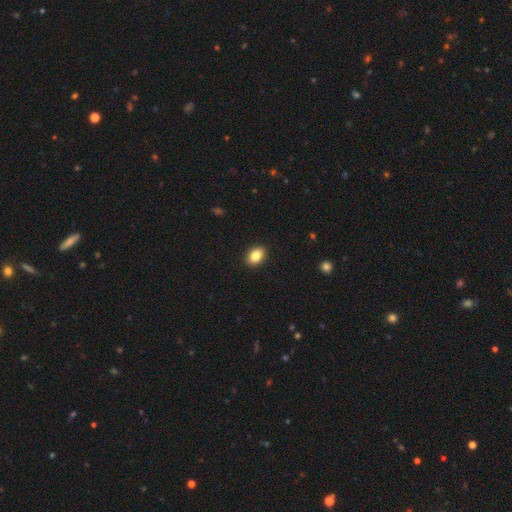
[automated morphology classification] Smooth or featured? Predicted: smooth (p=0.86). How rounded? Predicted: in between (p=0.80). Merging? Predicted: none (p=0.90).